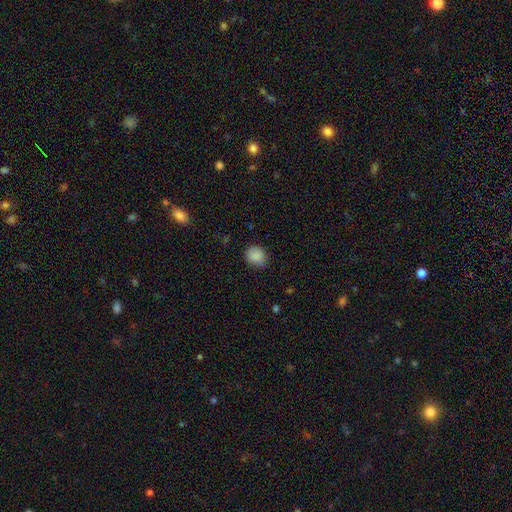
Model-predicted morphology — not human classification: Overall: smooth (88%). How rounded: round (72%). Merging: none (78%).